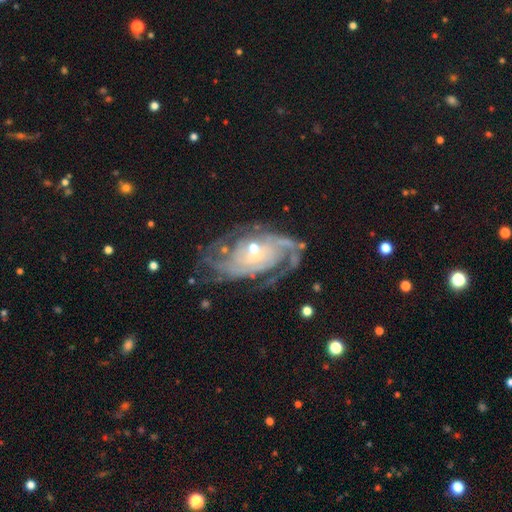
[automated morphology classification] Q: Smooth or featured?
A: featured or disk (88%); runner-up: star or artifact (6%)
Q: Edge-on disk?
A: no (96%); runner-up: yes (4%)
Q: Bar?
A: no (67%); runner-up: weak (26%)
Q: Spiral arms?
A: yes (96%); runner-up: no (4%)
Q: Spiral winding?
A: tight (61%); runner-up: medium (30%)
Q: Spiral arm count?
A: can't tell (32%); runner-up: 2 (23%)
Q: Bulge size?
A: small (69%); runner-up: moderate (26%)
Q: Merging?
A: none (66%); runner-up: minor disturbance (19%)